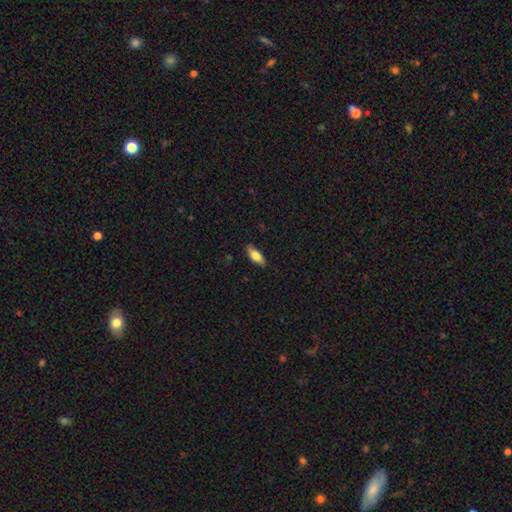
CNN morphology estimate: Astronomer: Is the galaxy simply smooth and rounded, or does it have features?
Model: smooth — 77%.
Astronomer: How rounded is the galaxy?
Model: in between — 76%.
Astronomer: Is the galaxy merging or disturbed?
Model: none — 84%.